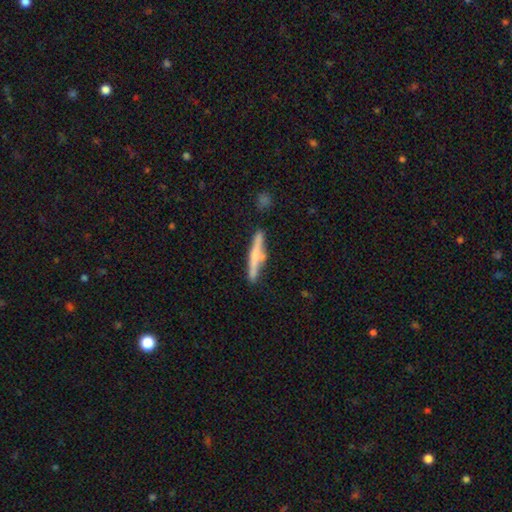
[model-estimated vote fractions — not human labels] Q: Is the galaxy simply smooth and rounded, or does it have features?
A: featured or disk — 48%.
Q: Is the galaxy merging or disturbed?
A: none — 77%.